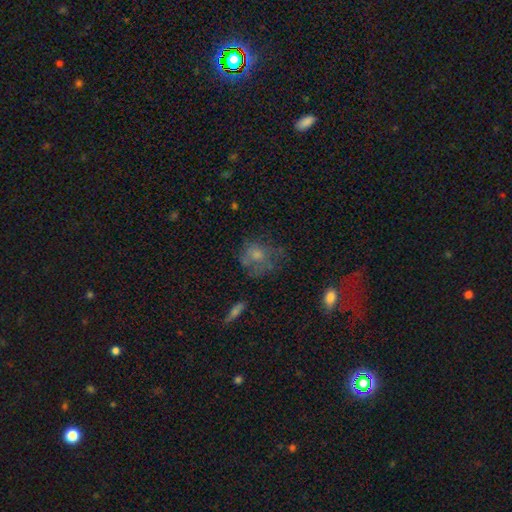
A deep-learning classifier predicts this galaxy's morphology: This is possibly a smooth galaxy (58%). How rounded: likely round (64%). Merging: marginally none (44%).